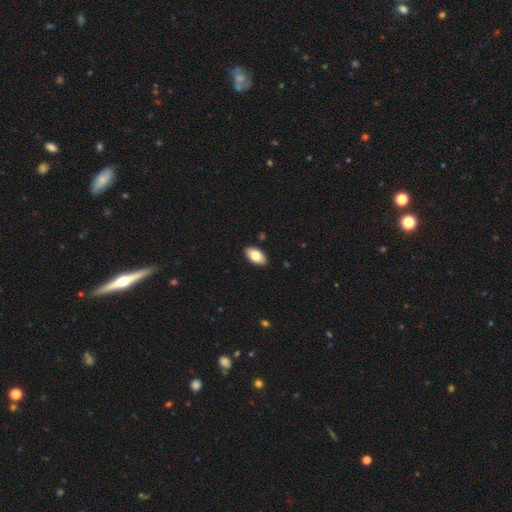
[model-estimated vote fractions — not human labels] Q: Smooth or featured?
A: smooth (78%); runner-up: featured or disk (16%)
Q: How rounded?
A: in between (94%); runner-up: round (3%)
Q: Merging?
A: none (89%); runner-up: minor disturbance (8%)